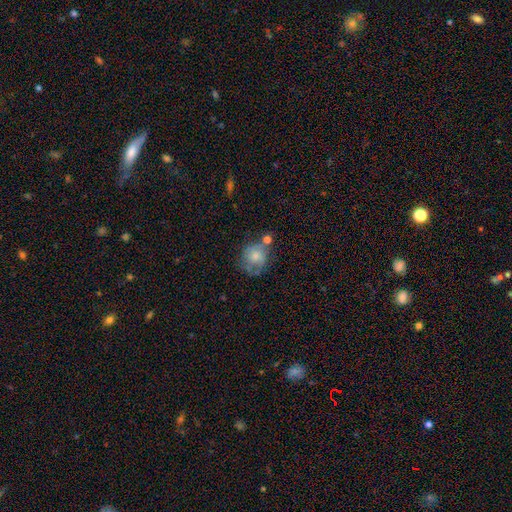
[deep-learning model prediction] This is likely a smooth galaxy (61%). How rounded: likely round (69%). Merging: marginally none (41%).